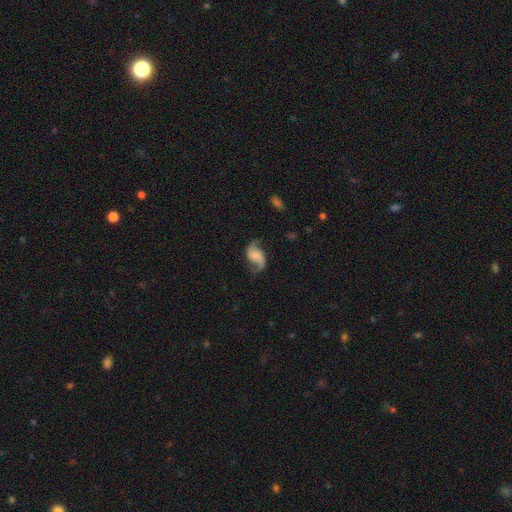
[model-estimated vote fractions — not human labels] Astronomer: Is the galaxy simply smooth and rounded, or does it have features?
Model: featured or disk — 82%.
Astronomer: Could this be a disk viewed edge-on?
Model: no — 97%.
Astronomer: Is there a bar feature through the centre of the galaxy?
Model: no — 54% (runner-up: weak, 37%).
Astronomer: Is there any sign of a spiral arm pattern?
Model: yes — 96%.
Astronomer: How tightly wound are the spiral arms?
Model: loose — 66%.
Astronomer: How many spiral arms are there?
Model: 2 — 92%.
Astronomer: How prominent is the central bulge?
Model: small — 38% (runner-up: moderate, 30%).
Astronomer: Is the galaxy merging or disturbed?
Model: none — 72%.